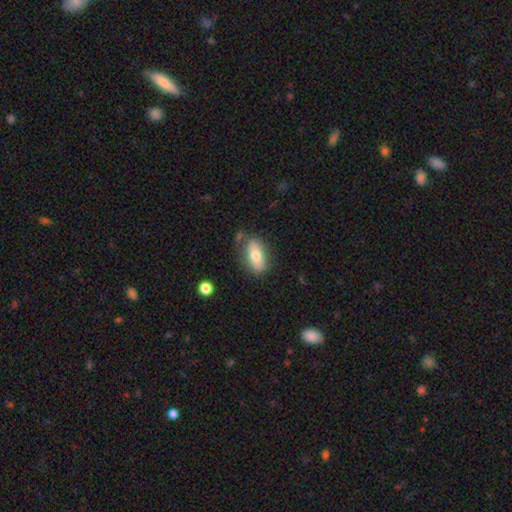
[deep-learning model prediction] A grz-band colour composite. It shows a smooth galaxy with no disk features (69%) that is in between round and cigar-shaped (83%). Merging: none (77%).